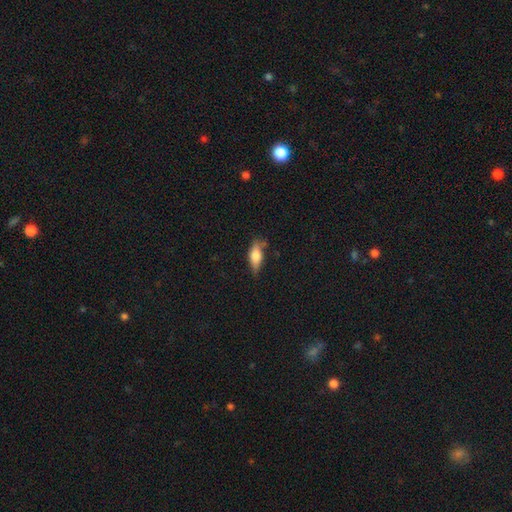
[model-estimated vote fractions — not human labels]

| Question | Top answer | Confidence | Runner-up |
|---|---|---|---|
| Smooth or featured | smooth | 70% | featured or disk (22%) |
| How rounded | in between | 73% | cigar-shaped (24%) |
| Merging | none | 62% | minor disturbance (28%) |